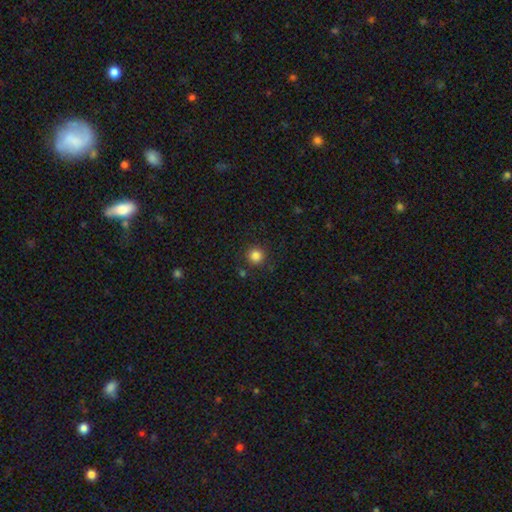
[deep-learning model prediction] smooth 84%, star or artifact 12%, featured or disk 4%. Down the decision tree: how rounded — round (95%); merging — none (89%).